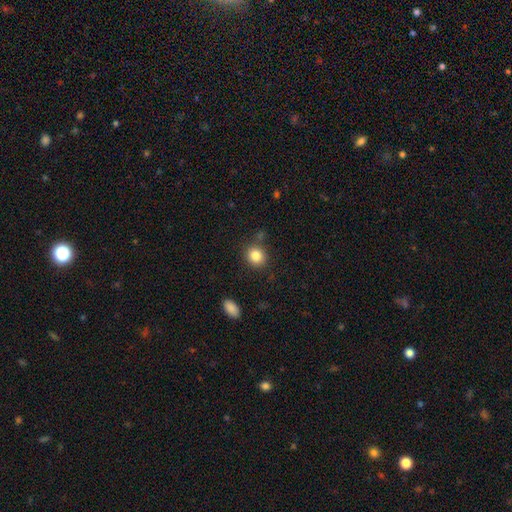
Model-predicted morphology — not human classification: This is clearly a smooth galaxy (84%). How rounded: likely round (79%). Merging: clearly none (81%).